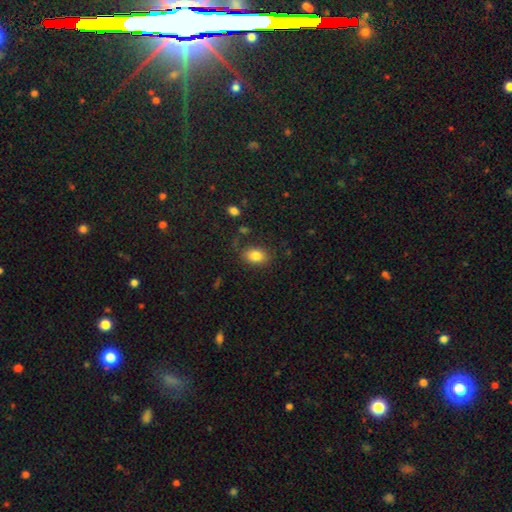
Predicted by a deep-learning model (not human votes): The model was most divided on "how rounded": in between: 77%, round: 22%, cigar-shaped: 1%. More confident: smooth or featured — smooth (83%); merging — none (81%).